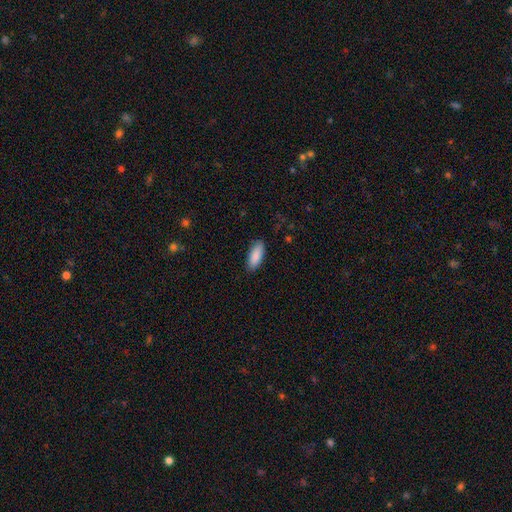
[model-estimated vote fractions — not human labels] Smooth or featured? Predicted: smooth (p=0.90). How rounded? Predicted: in between (p=0.77). Merging? Predicted: none (p=0.87).